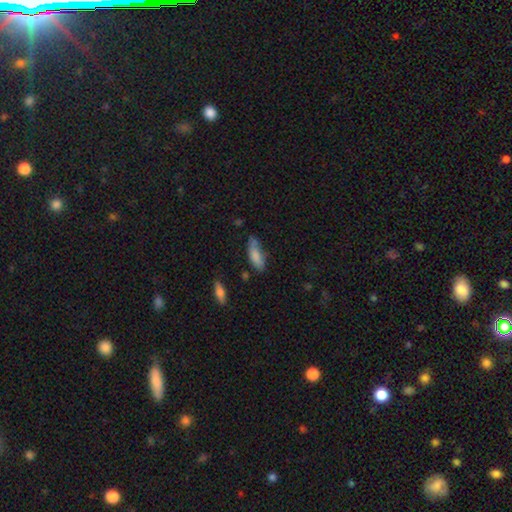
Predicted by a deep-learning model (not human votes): Smooth or featured?
  - smooth: 80% *
  - featured or disk: 13%
  - star or artifact: 7%
How rounded?
  - in between: 66% *
  - cigar-shaped: 32%
  - round: 2%
Merging?
  - none: 53% *
  - minor disturbance: 32%
  - major disturbance: 9%
  - merger: 6%